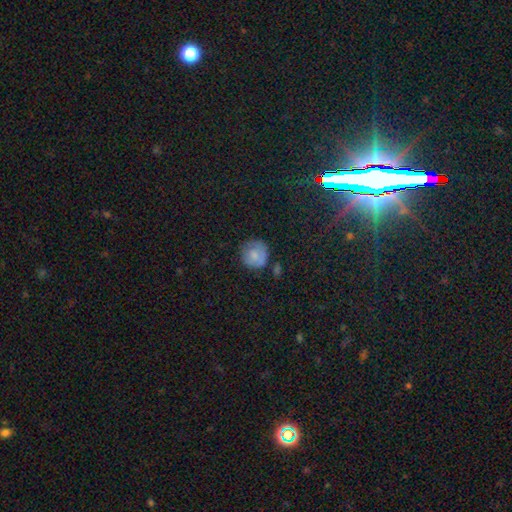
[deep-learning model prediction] Morphology: type=smooth (72%); roundness=round (89%); merging=none (66%).